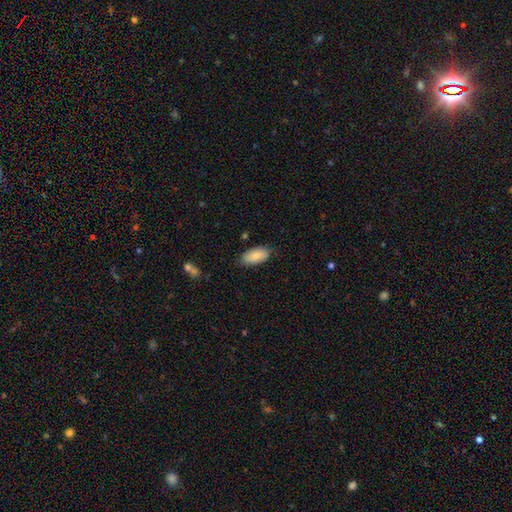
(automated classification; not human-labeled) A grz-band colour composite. It shows a smooth galaxy with no disk features (85%) that is in between round and cigar-shaped (92%). Merging: none (81%).